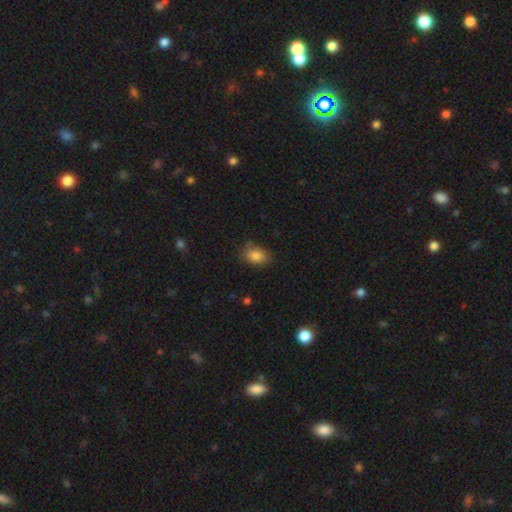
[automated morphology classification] smooth-or-featured: smooth: 85% | star or artifact: 9% | featured or disk: 6%
  how-rounded: in between: 81% | round: 18% | cigar-shaped: 1%
  merging: none: 73% | minor disturbance: 20% | major disturbance: 5% | merger: 2%